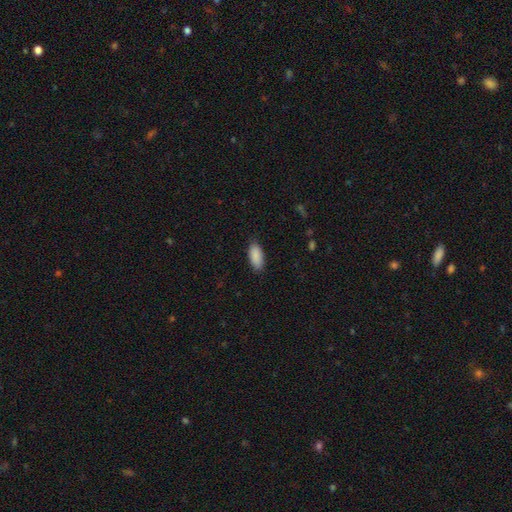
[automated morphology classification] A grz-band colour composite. It shows a smooth galaxy with no disk features (90%) that is in between round and cigar-shaped (86%). Merging: none (86%).